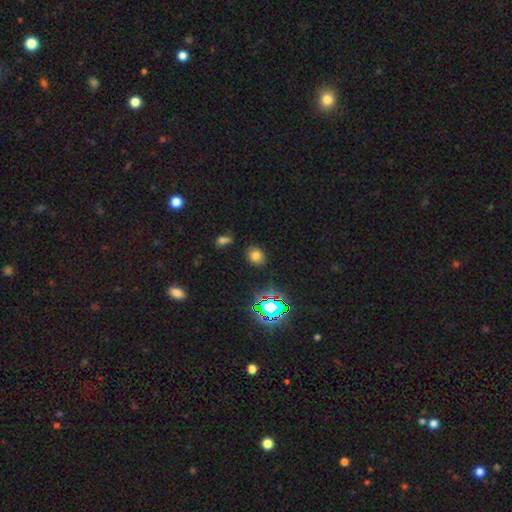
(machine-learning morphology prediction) Smooth or featured?
  - smooth: 70% *
  - star or artifact: 22%
  - featured or disk: 8%
How rounded?
  - round: 53% *
  - in between: 45%
  - cigar-shaped: 1%
Merging?
  - none: 84% *
  - minor disturbance: 10%
  - merger: 3%
  - major disturbance: 3%